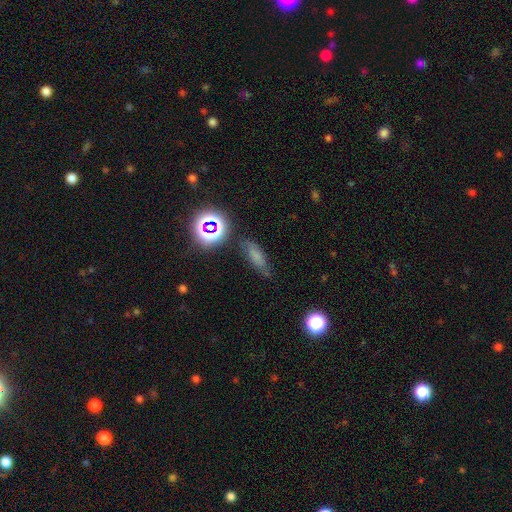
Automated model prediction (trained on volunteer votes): smooth 65%, star or artifact 20%, featured or disk 15%. Down the decision tree: how rounded — in between (55%); merging — none (70%).